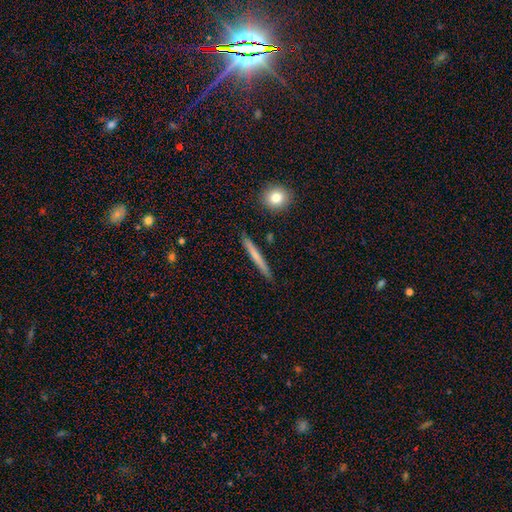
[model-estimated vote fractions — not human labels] smooth-or-featured: smooth: 61% | featured or disk: 33% | star or artifact: 6%
  how-rounded: cigar-shaped: 96% | in between: 2% | round: 2%
  merging: none: 90% | minor disturbance: 7% | merger: 1% | major disturbance: 1%